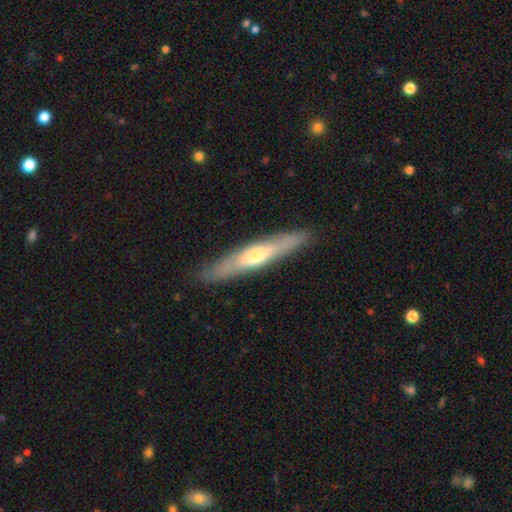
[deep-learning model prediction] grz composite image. It shows a featured or disk galaxy (51%) viewed edge-on (82%). Merging: none (87%).